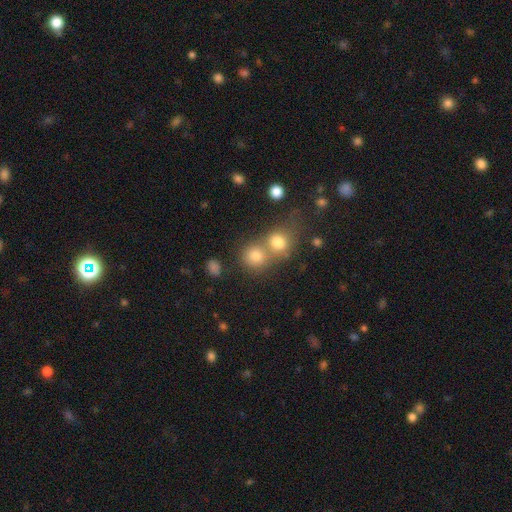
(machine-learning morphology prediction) Q: Smooth or featured?
A: smooth (78%); runner-up: star or artifact (13%)
Q: How rounded?
A: round (82%); runner-up: in between (17%)
Q: Merging?
A: merger (48%); runner-up: none (42%)